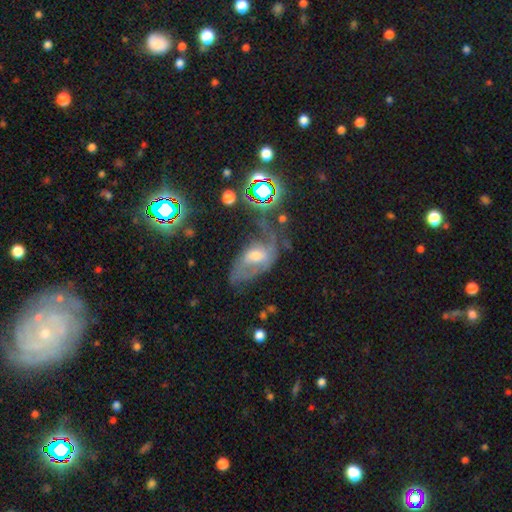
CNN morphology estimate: type=featured or disk (65%); edge-on=no (94%); bar=weak (44%); spiral arms=yes (80%); bulge=moderate (58%); merging=none (35%).